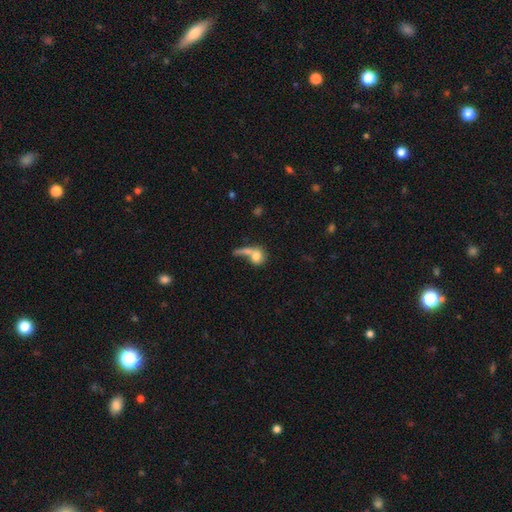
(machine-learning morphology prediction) Q: Smooth or featured?
A: smooth (68%); runner-up: featured or disk (23%)
Q: How rounded?
A: round (60%); runner-up: in between (34%)
Q: Merging?
A: merger (40%); runner-up: none (27%)